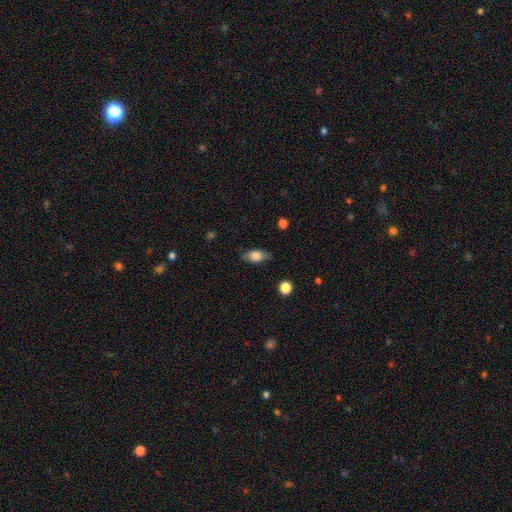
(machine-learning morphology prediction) The model was most divided on "smooth or featured": smooth: 75%, featured or disk: 18%, star or artifact: 8%. More confident: how rounded — in between (84%); merging — none (79%).